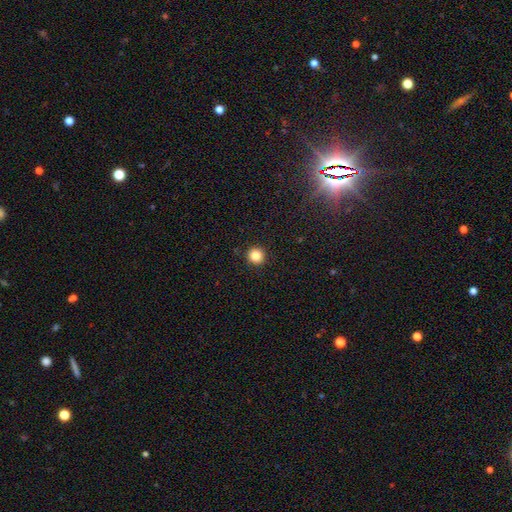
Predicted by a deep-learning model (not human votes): This is clearly a smooth galaxy (84%). How rounded: clearly round (95%). Merging: clearly none (93%).